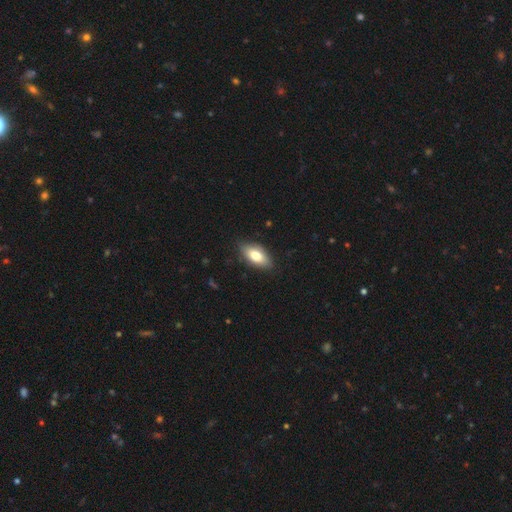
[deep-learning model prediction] This appears to be a smooth galaxy with no disk features (75%) that is in between round and cigar-shaped (89%). Merging: none (85%).